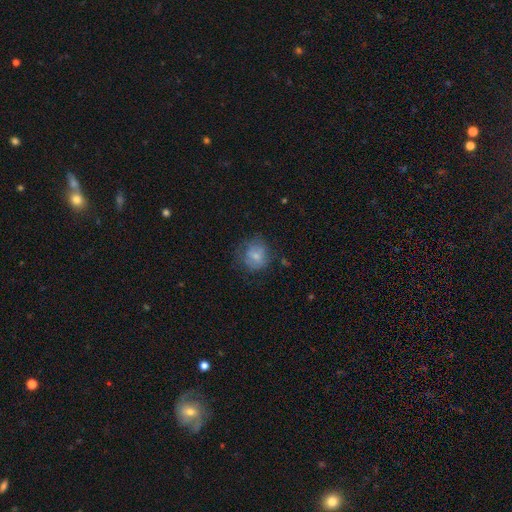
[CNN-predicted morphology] The model was most divided on "merging": none: 61%, minor disturbance: 24%, major disturbance: 14%, merger: 2%. More confident: how rounded — round (82%); smooth or featured — smooth (69%).